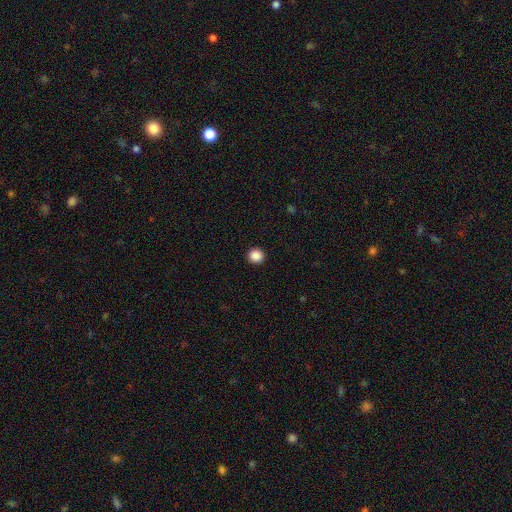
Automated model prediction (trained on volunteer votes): The model was most divided on "smooth or featured": smooth: 88%, star or artifact: 10%, featured or disk: 2%. More confident: merging — none (93%); how rounded — round (92%).